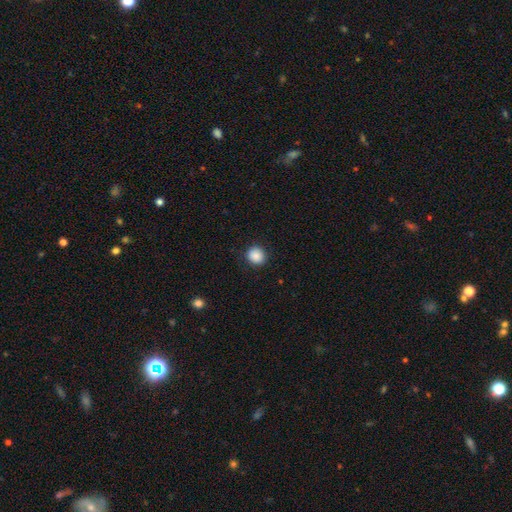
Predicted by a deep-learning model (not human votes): A smooth galaxy with no disk features (88%) that is round (86%). Merging: none (89%).